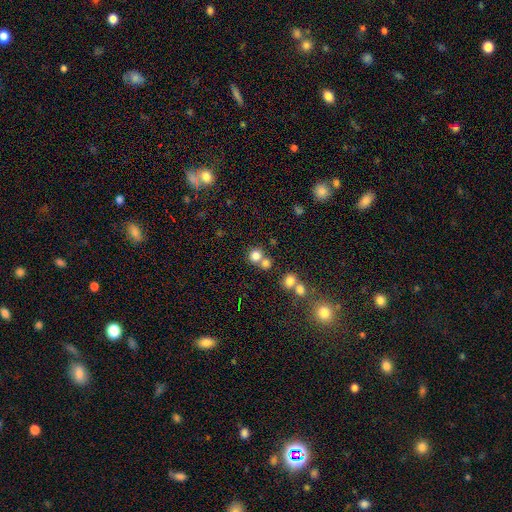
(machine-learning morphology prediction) Smooth or featured?
  - smooth: 77% *
  - star or artifact: 14%
  - featured or disk: 9%
How rounded?
  - round: 88% *
  - in between: 11%
  - cigar-shaped: 1%
Merging?
  - none: 54% *
  - merger: 35%
  - minor disturbance: 7%
  - major disturbance: 4%